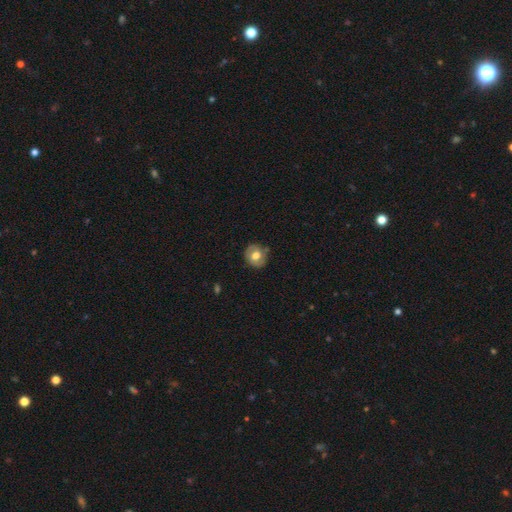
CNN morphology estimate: A smooth galaxy with no disk features (60%) that is round (80%).

Vote fractions:
- Smooth or featured? smooth: 60% / featured or disk: 32% / star or artifact: 8%
- How rounded? round: 80% / in between: 19% / cigar-shaped: 1%
- Merging? none: 75% / minor disturbance: 18% / major disturbance: 4% / merger: 2%